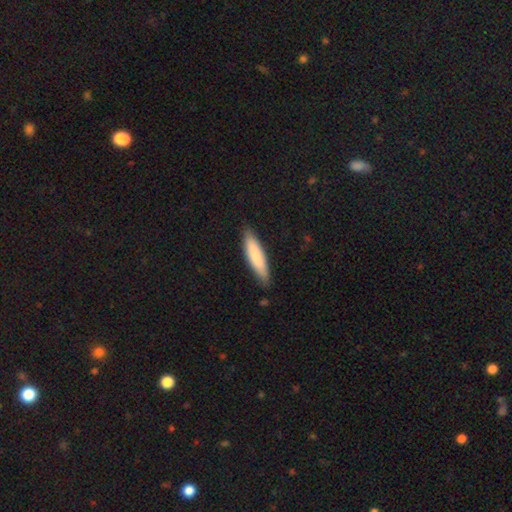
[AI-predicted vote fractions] This is clearly a smooth galaxy (82%). How rounded: likely cigar-shaped (74%). Merging: clearly none (82%).